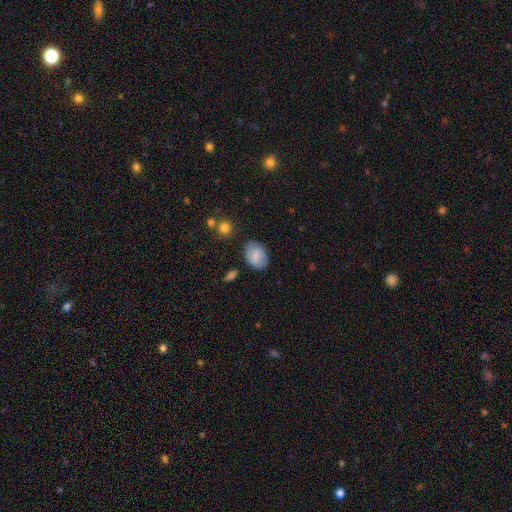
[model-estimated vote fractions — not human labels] Morphology: type=smooth (72%); roundness=in between (80%); merging=none (77%).